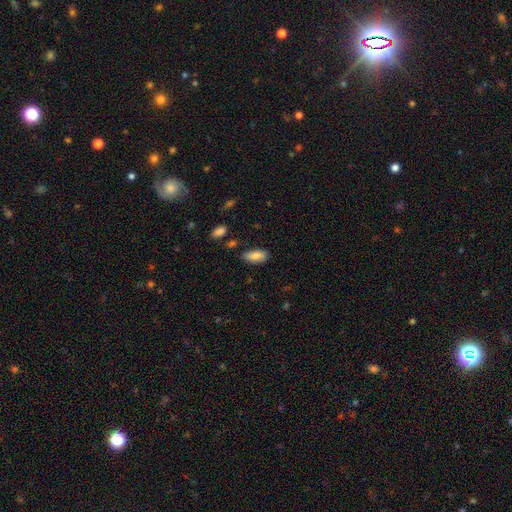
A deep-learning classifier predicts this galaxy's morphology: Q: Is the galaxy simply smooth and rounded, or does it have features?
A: smooth — 85%.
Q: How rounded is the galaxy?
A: in between — 88%.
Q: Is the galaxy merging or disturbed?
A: none — 81%.